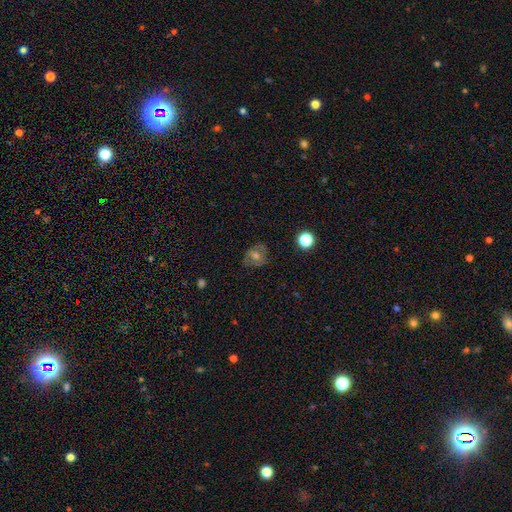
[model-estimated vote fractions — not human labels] smooth_or_featured: smooth (p=0.48) [alt: featured or disk p=0.38]
merging: none (p=0.73) [alt: minor disturbance p=0.19]